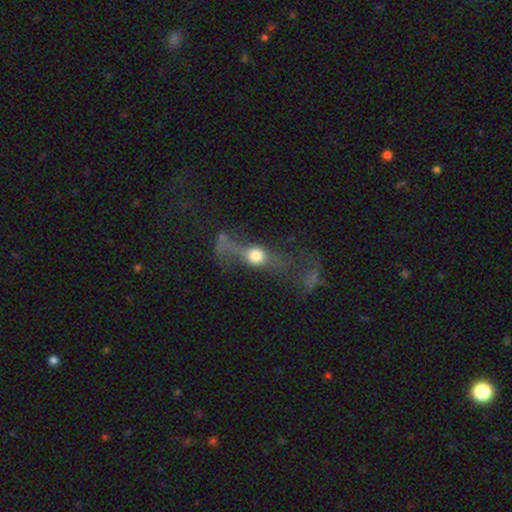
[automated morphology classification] Smooth or featured?
  - smooth: 46% *
  - featured or disk: 39%
  - star or artifact: 15%
Merging?
  - major disturbance: 45% *
  - none: 28%
  - minor disturbance: 15%
  - merger: 13%